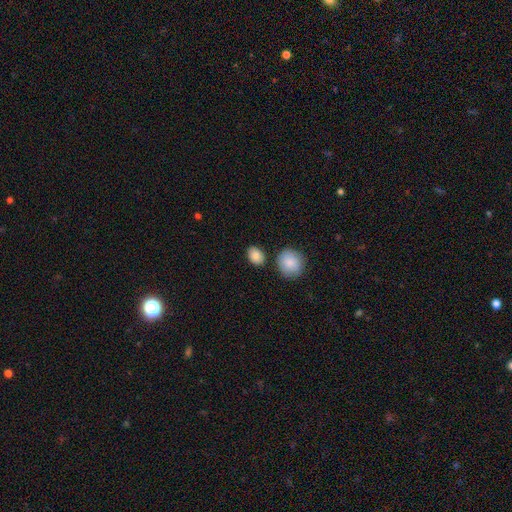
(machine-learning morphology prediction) Smooth or featured? Predicted: smooth (p=0.86). How rounded? Predicted: in between (p=0.66). Merging? Predicted: none (p=0.79).